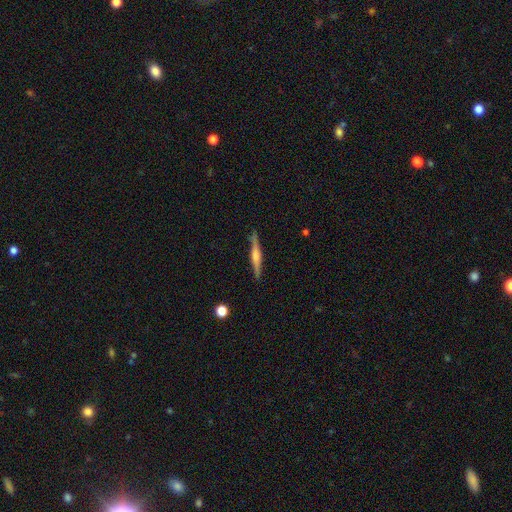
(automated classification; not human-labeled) Smooth or featured? featured or disk (67%)
Edge-on disk? yes (98%)
Edge-on bulge? rounded (69%)
Merging? none (89%)